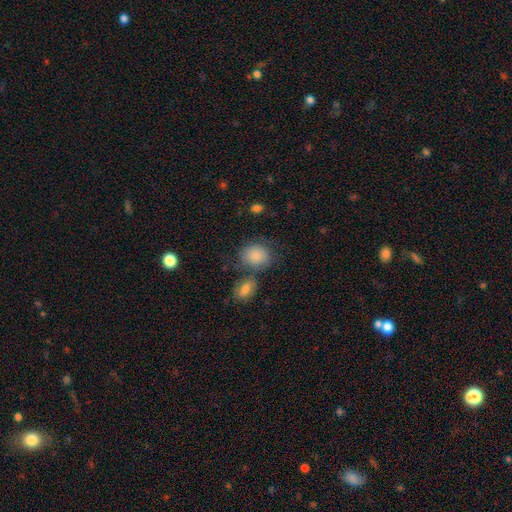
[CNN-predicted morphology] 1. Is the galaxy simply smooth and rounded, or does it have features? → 86% smooth, 7% star or artifact, 6% featured or disk.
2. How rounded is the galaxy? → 62% round, 37% in between, 1% cigar-shaped.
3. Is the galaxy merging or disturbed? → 58% none, 21% merger, 15% minor disturbance, 6% major disturbance.